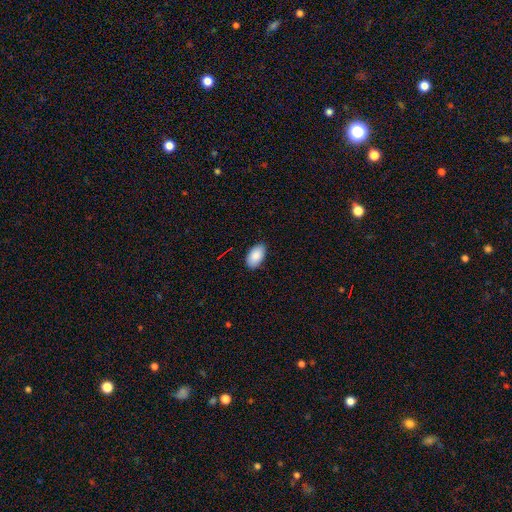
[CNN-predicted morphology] smooth-or-featured: smooth: 88% | star or artifact: 7% | featured or disk: 5%
  how-rounded: in between: 95% | round: 4% | cigar-shaped: 1%
  merging: none: 85% | minor disturbance: 12% | major disturbance: 2% | merger: 1%